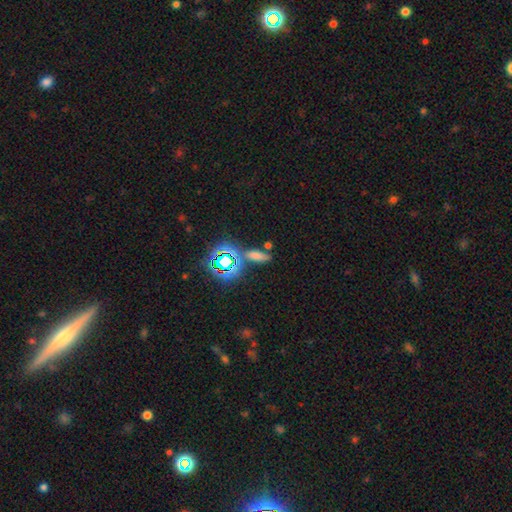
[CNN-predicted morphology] type=smooth (58%); roundness=in between (53%); merging=none (67%).